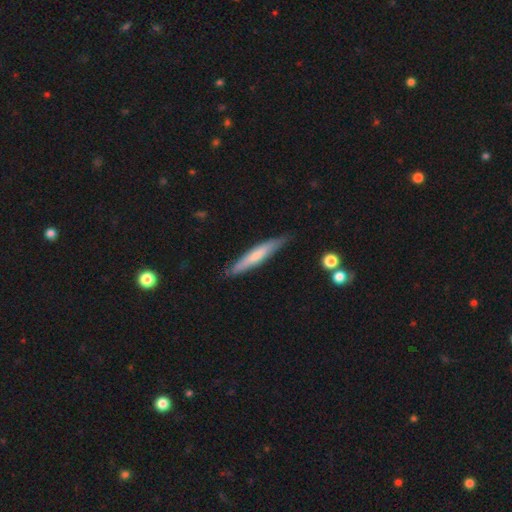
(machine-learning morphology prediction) The model was most divided on "smooth or featured": smooth: 59%, featured or disk: 35%, star or artifact: 6%. More confident: how rounded — cigar-shaped (92%); merging — none (81%).